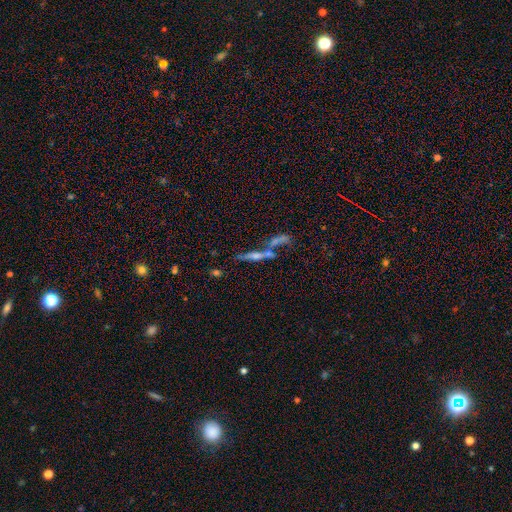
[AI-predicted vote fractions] Overall: featured or disk (54%; smooth 33%). Edge-on disk: yes (78%). Merging: merger (43%; none 38%).